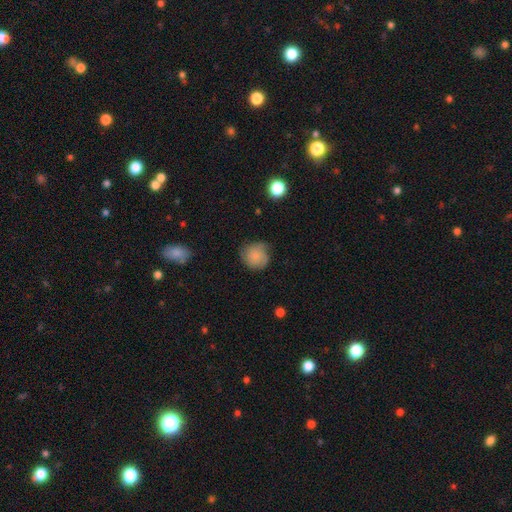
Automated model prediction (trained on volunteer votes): Smooth or featured? smooth (70%)
How rounded? round (86%)
Merging? none (62%)